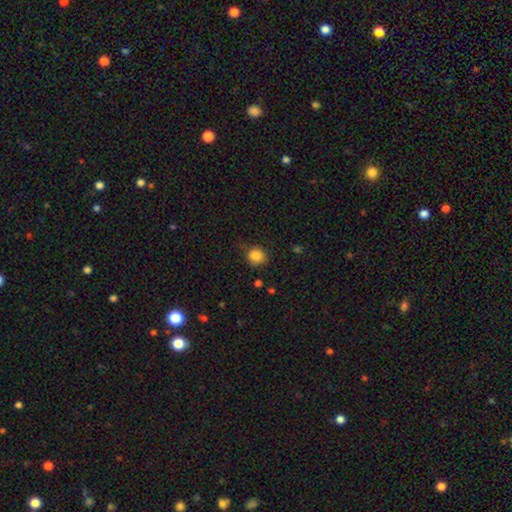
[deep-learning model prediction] Smooth or featured: smooth — 86% (star or artifact — 10%)
How rounded: round — 85% (in between — 14%)
Merging: none — 78% (minor disturbance — 16%)